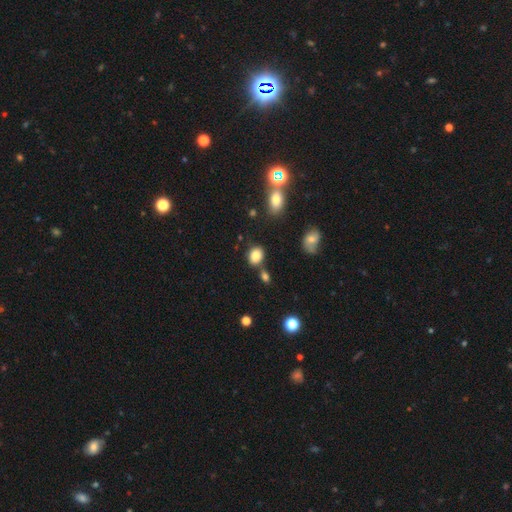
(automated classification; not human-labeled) Smooth or featured? smooth (84%)
How rounded? in between (57%)
Merging? none (69%)